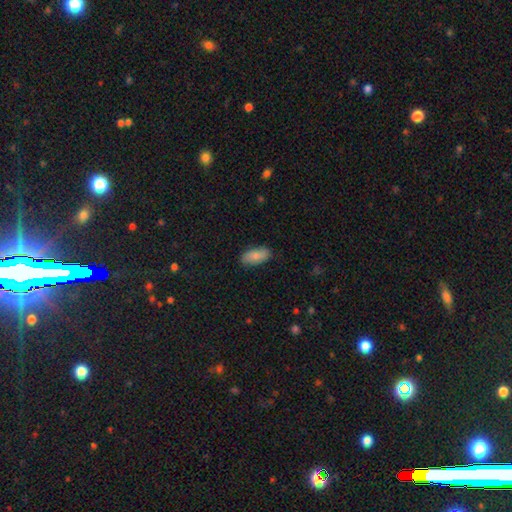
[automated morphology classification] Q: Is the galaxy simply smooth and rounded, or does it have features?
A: smooth — 85%.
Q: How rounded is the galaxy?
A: in between — 89%.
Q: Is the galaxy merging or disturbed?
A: none — 86%.